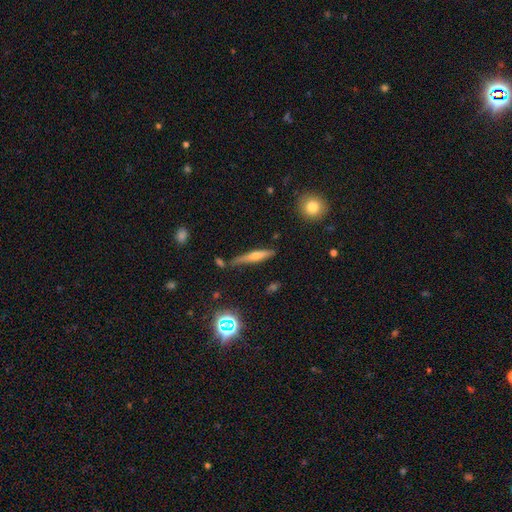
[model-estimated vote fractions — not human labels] Smooth or featured: smooth — 45% (featured or disk — 44%)
Merging: none — 74% (minor disturbance — 17%)